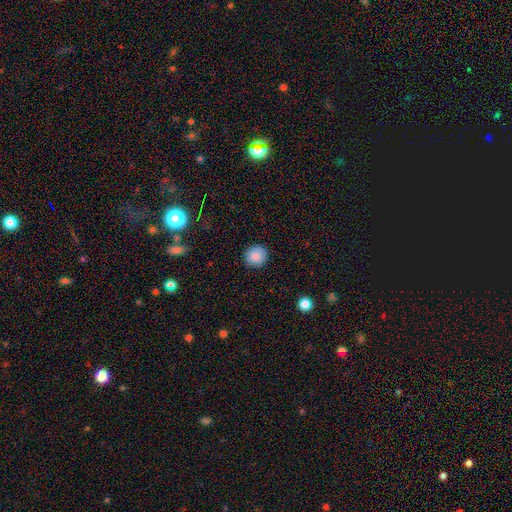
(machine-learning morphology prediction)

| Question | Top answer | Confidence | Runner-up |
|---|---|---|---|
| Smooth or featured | smooth | 87% | star or artifact (9%) |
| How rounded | round | 92% | in between (7%) |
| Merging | none | 90% | minor disturbance (7%) |